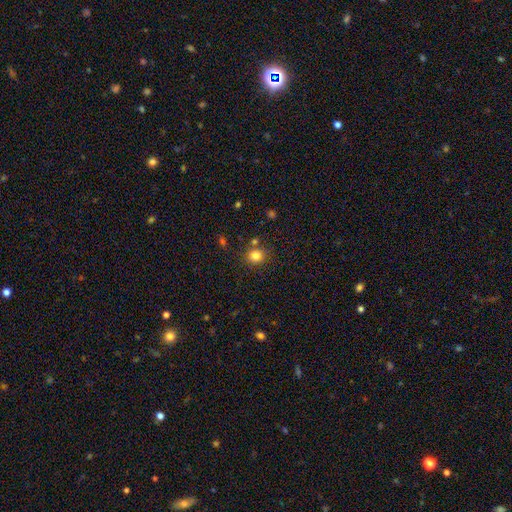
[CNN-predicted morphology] Smooth or featured? smooth (82%)
How rounded? round (81%)
Merging? none (80%)